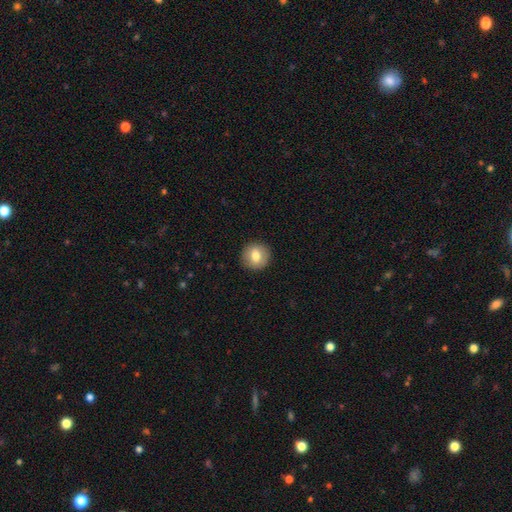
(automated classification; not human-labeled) The model was most divided on "smooth or featured": smooth: 77%, featured or disk: 15%, star or artifact: 8%. More confident: how rounded — round (93%); merging — none (92%).